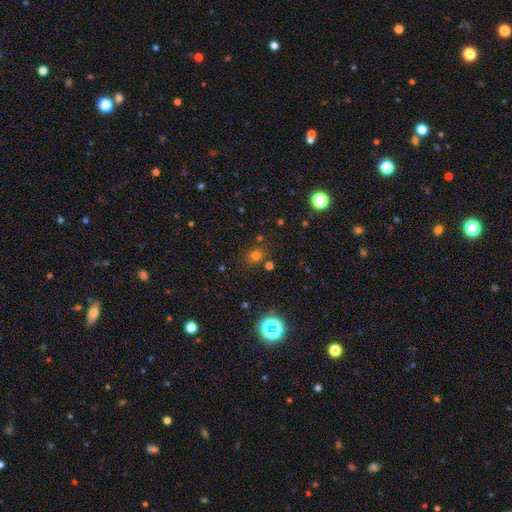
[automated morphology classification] A smooth galaxy with no disk features (64%) that is round (82%). Merging: none (77%).